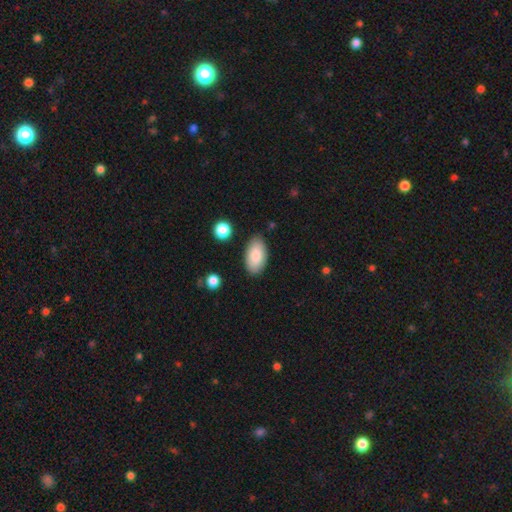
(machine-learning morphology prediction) Q: Smooth or featured?
A: smooth (85%); runner-up: featured or disk (9%)
Q: How rounded?
A: in between (95%); runner-up: round (3%)
Q: Merging?
A: none (85%); runner-up: minor disturbance (11%)